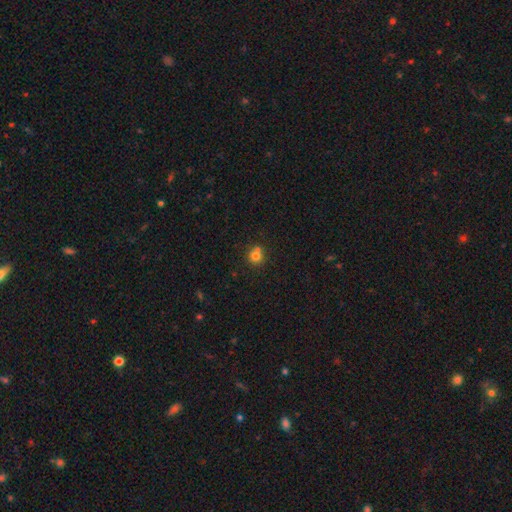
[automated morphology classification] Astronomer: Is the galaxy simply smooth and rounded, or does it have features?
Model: smooth — 77%.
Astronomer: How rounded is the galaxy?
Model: round — 89%.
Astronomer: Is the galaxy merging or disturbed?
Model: none — 64%.